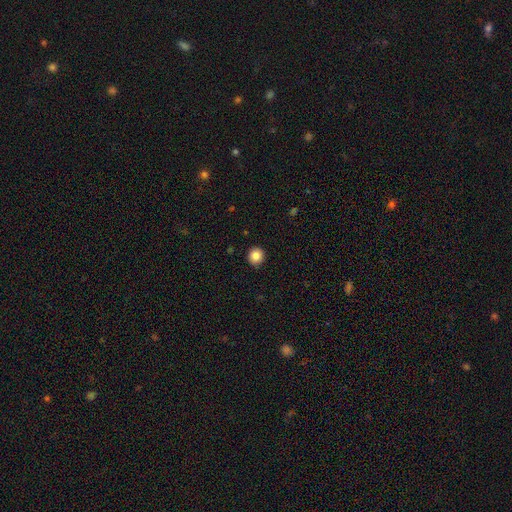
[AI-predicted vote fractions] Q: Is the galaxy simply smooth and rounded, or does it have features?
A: smooth — 85%.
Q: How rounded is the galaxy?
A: round — 93%.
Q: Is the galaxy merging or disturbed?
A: none — 92%.